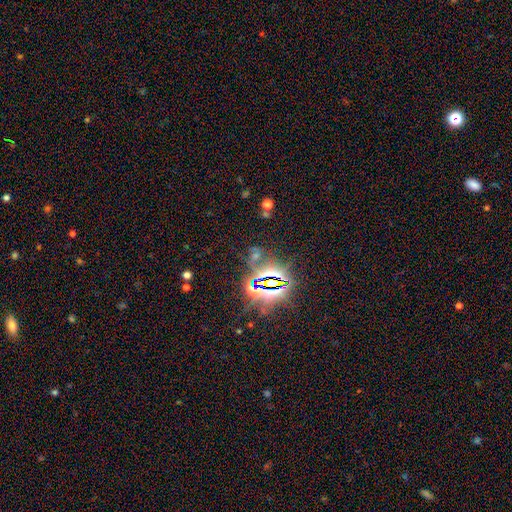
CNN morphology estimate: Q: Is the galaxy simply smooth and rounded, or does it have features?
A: star or artifact — 78%.